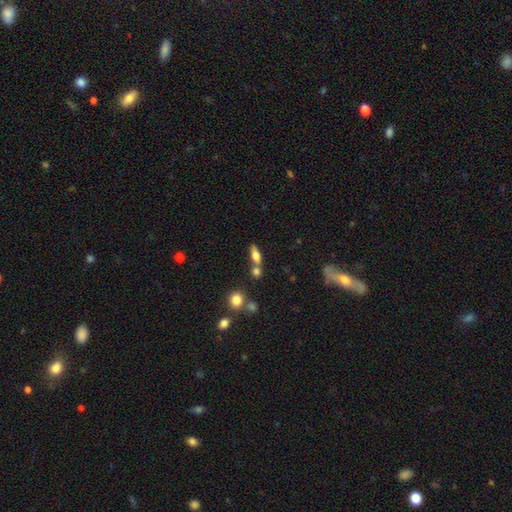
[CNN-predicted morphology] This appears to be a smooth galaxy with no disk features (62%) that is in between round and cigar-shaped (62%). Merging: none (55%).